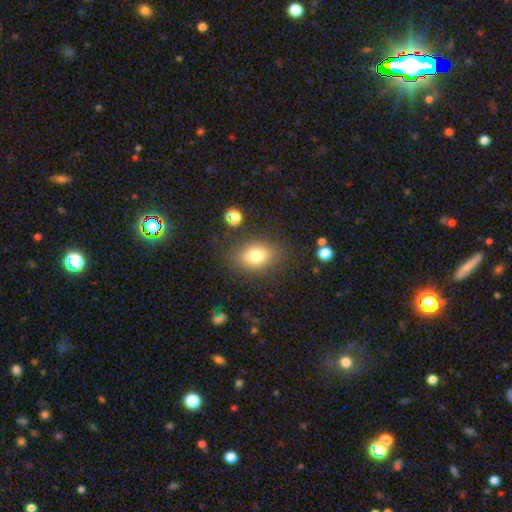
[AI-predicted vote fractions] Smooth or featured? smooth (76%)
How rounded? in between (76%)
Merging? none (80%)